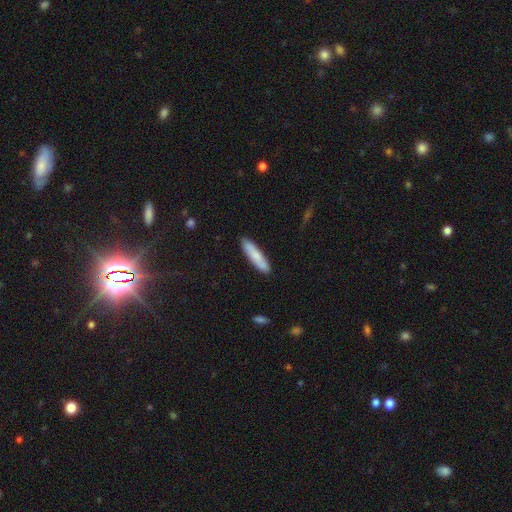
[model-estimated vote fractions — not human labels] smooth 75%, featured or disk 19%, star or artifact 6%. Down the decision tree: how rounded — cigar-shaped (83%); merging — none (88%).